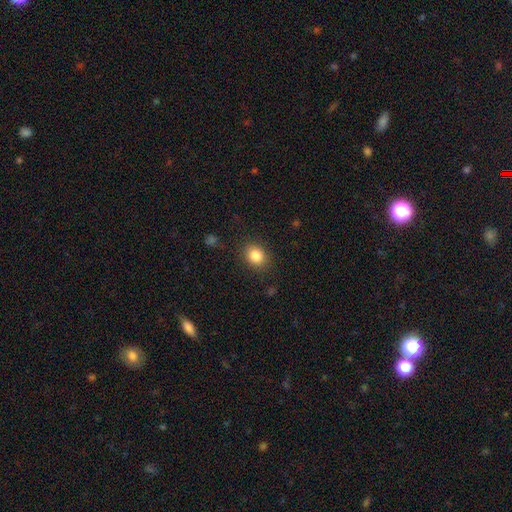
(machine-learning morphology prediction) Q: Smooth or featured?
A: smooth (85%); runner-up: star or artifact (10%)
Q: How rounded?
A: round (58%); runner-up: in between (41%)
Q: Merging?
A: none (86%); runner-up: minor disturbance (9%)